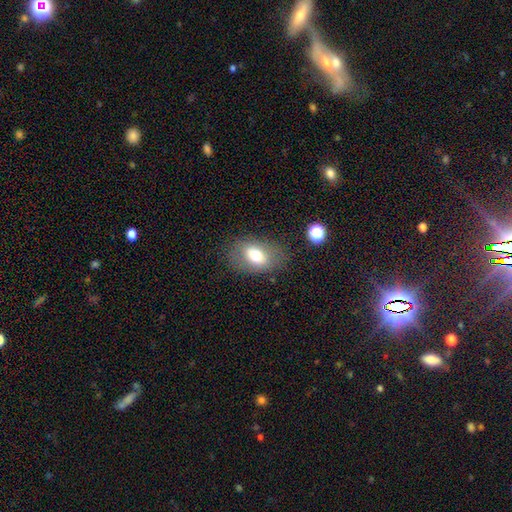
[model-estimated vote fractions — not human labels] Smooth or featured?
  - smooth: 68% *
  - featured or disk: 23%
  - star or artifact: 10%
How rounded?
  - in between: 84% *
  - round: 14%
  - cigar-shaped: 2%
Merging?
  - none: 75% *
  - minor disturbance: 16%
  - major disturbance: 7%
  - merger: 2%